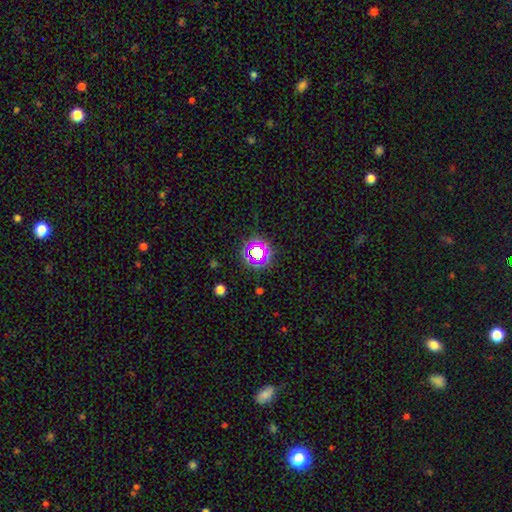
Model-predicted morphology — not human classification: This is possibly a star or artifact rather than a galaxy (59%).